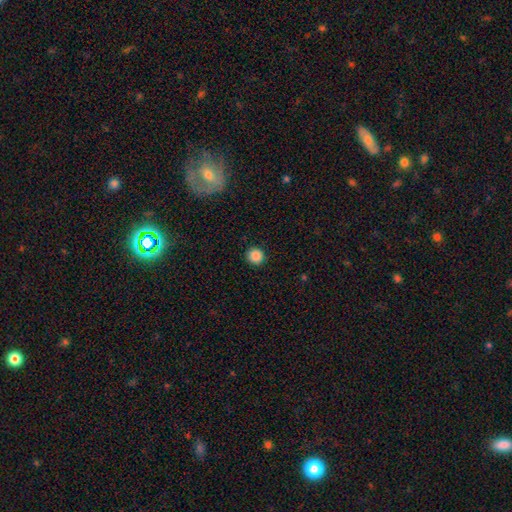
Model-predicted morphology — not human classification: Smooth or featured? Predicted: smooth (p=0.87). How rounded? Predicted: round (p=0.94). Merging? Predicted: none (p=0.92).